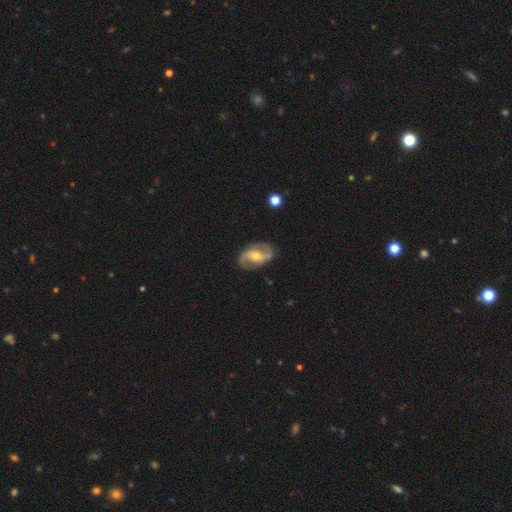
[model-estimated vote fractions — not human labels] featured or disk 84%, smooth 11%, star or artifact 5%. Down the decision tree: edge-on disk — no (96%); bar — weak (41%); spiral arms — yes (91%); spiral arm count — 2 (91%); spiral winding — medium (47%); bulge size — moderate (62%); merging — none (82%).